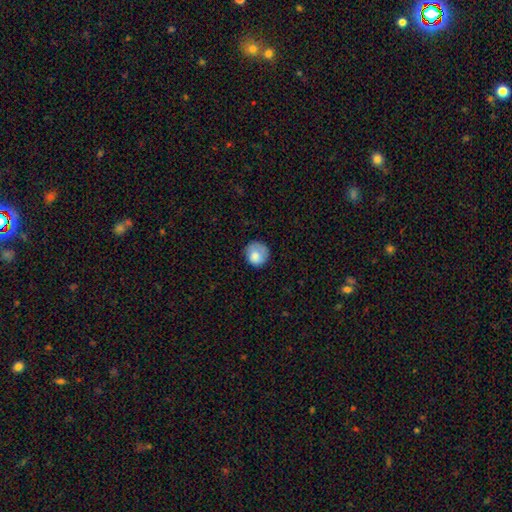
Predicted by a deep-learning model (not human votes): The model was most divided on "merging": none: 66%, minor disturbance: 24%, major disturbance: 9%, merger: 1%. More confident: how rounded — round (88%); smooth or featured — smooth (78%).